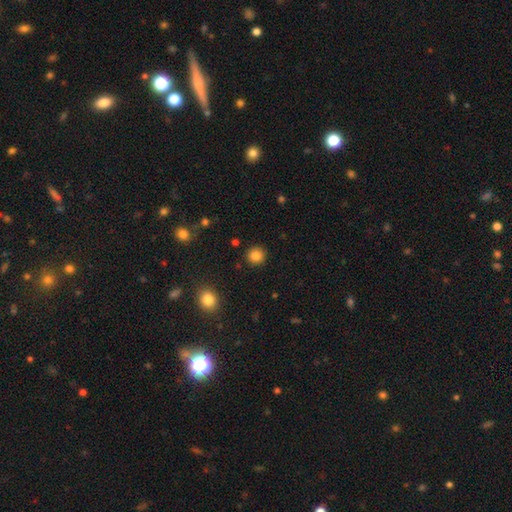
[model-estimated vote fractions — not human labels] Smooth or featured: smooth — 84% (star or artifact — 11%)
How rounded: round — 92% (in between — 7%)
Merging: none — 91% (minor disturbance — 5%)